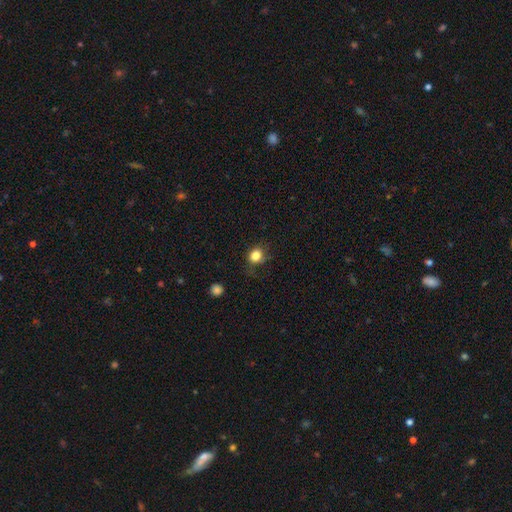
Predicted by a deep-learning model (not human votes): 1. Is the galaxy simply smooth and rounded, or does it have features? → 83% smooth, 11% star or artifact, 5% featured or disk.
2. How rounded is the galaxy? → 76% round, 23% in between, 1% cigar-shaped.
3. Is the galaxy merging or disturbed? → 73% none, 19% minor disturbance, 7% major disturbance, 2% merger.